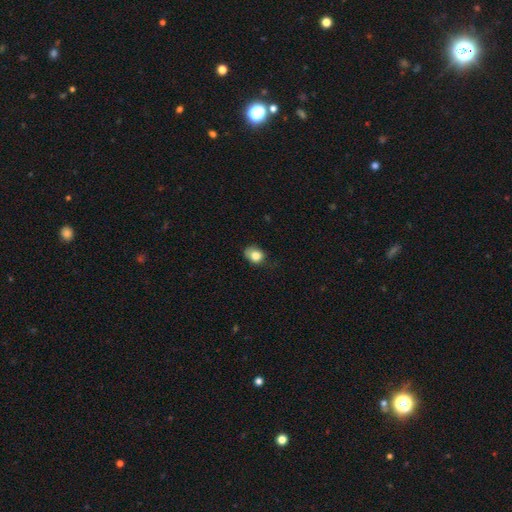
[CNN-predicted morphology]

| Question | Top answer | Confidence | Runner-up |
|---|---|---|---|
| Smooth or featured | smooth | 81% | star or artifact (10%) |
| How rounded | round | 54% | in between (45%) |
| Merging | none | 51% | minor disturbance (35%) |